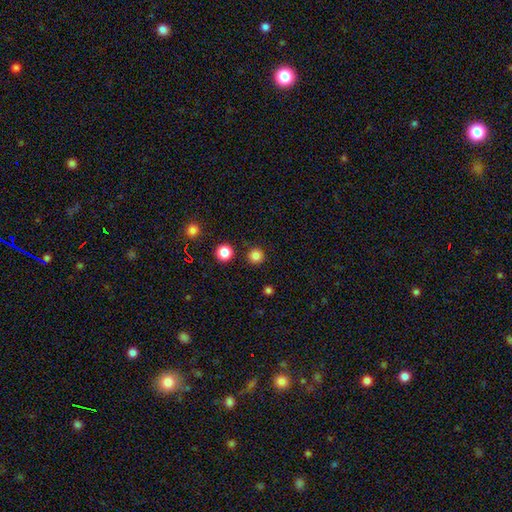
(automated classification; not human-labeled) A smooth galaxy with no disk features (83%) that is round (96%). Merging: none (90%).